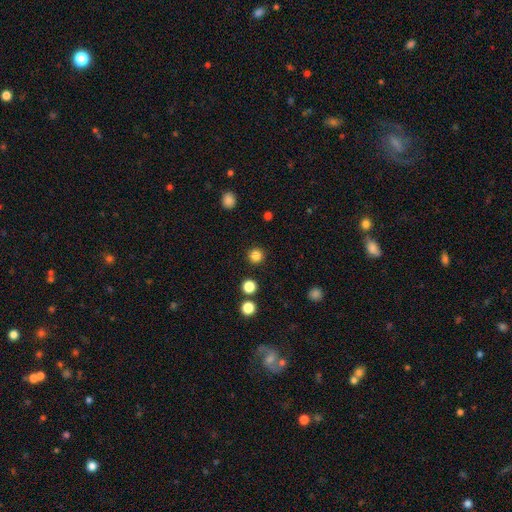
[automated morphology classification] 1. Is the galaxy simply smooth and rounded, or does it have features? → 84% smooth, 13% star or artifact, 4% featured or disk.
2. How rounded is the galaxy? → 96% round, 3% in between, 1% cigar-shaped.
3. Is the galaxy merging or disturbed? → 92% none, 4% minor disturbance, 2% major disturbance, 2% merger.